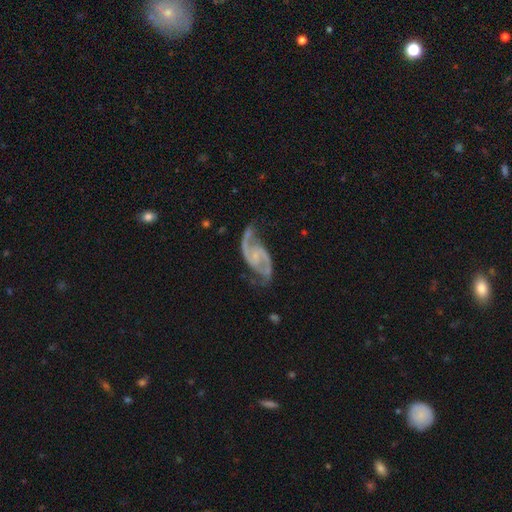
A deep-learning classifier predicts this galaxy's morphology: Smooth or featured: featured or disk — 91% (star or artifact — 4%)
Edge-on disk: no — 97% (yes — 3%)
Bar: no — 51% (weak — 37%)
Spiral arms: yes — 97% (no — 3%)
Spiral winding: medium — 50% (loose — 36%)
Spiral arm count: 2 — 93% (can't tell — 2%)
Bulge size: small — 67% (none — 18%)
Merging: none — 67% (minor disturbance — 19%)